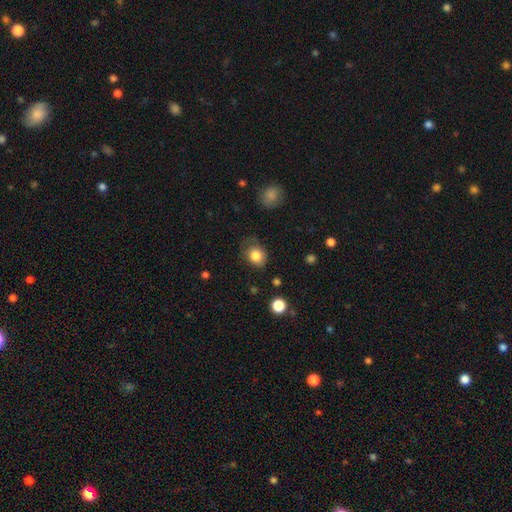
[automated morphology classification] Smooth or featured: smooth — 84% (star or artifact — 9%)
How rounded: round — 59% (in between — 40%)
Merging: none — 70% (minor disturbance — 22%)